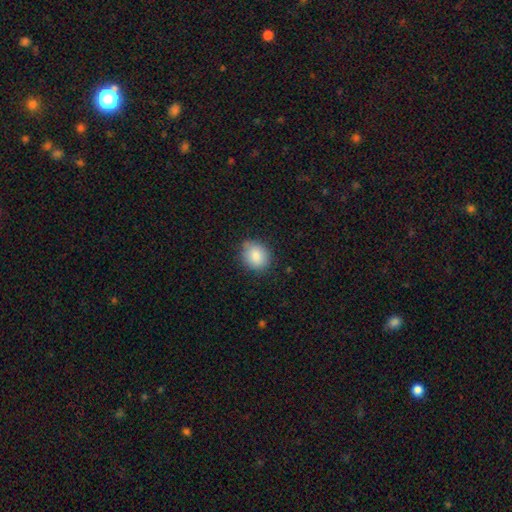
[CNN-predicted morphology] Smooth or featured? Predicted: smooth (p=0.86). How rounded? Predicted: round (p=0.58). Merging? Predicted: none (p=0.80).